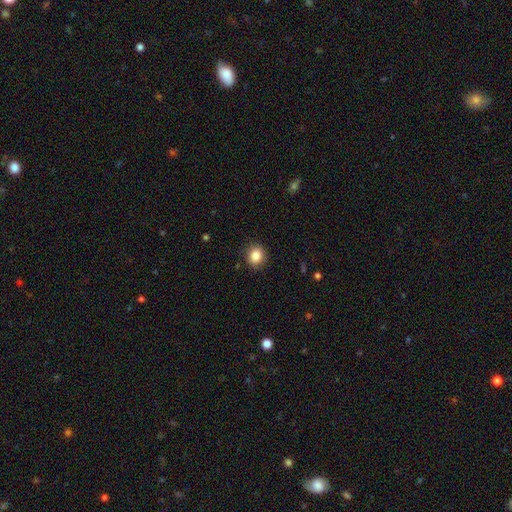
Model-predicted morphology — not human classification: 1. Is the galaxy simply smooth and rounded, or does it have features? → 85% smooth, 9% star or artifact, 5% featured or disk.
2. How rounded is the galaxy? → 77% round, 22% in between, 1% cigar-shaped.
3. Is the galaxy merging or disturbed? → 89% none, 8% minor disturbance, 2% major disturbance, 1% merger.